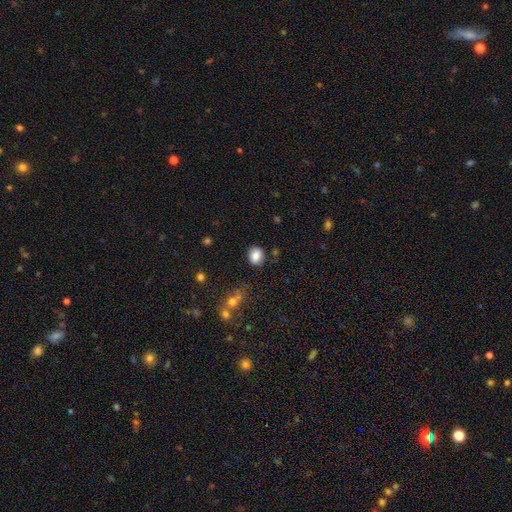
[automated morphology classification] Smooth or featured? smooth (85%)
How rounded? round (53%)
Merging? none (81%)